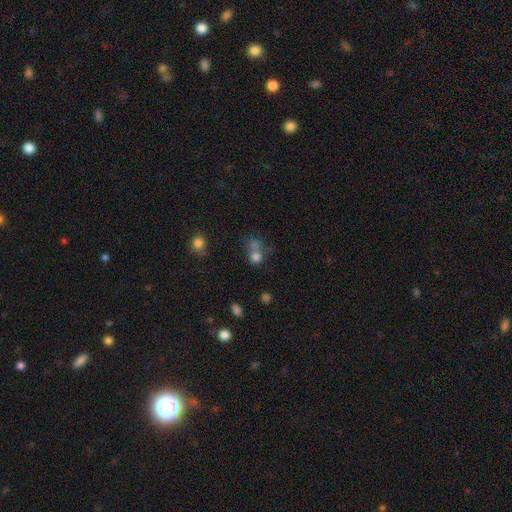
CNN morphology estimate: smooth_or_featured: smooth (p=0.73) [alt: star or artifact p=0.16]
how_rounded: round (p=0.73) [alt: in between p=0.26]
merging: merger (p=0.48) [alt: none p=0.33]